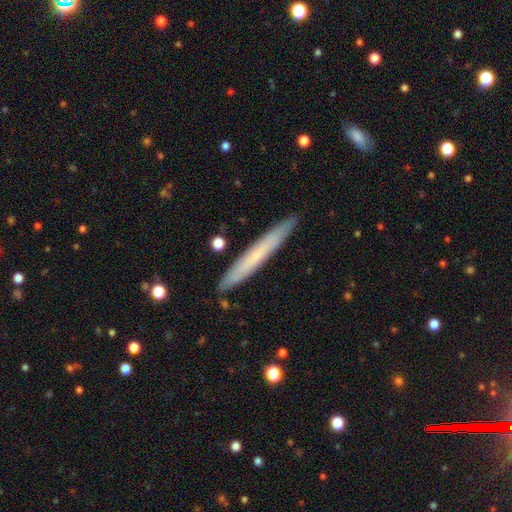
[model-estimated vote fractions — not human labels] A smooth galaxy with no disk features (55%) that is cigar-shaped (96%).

Vote fractions:
- Smooth or featured? smooth: 55% / featured or disk: 38% / star or artifact: 7%
- How rounded? cigar-shaped: 96% / in between: 2% / round: 1%
- Merging? none: 89% / minor disturbance: 8% / merger: 1% / major disturbance: 1%